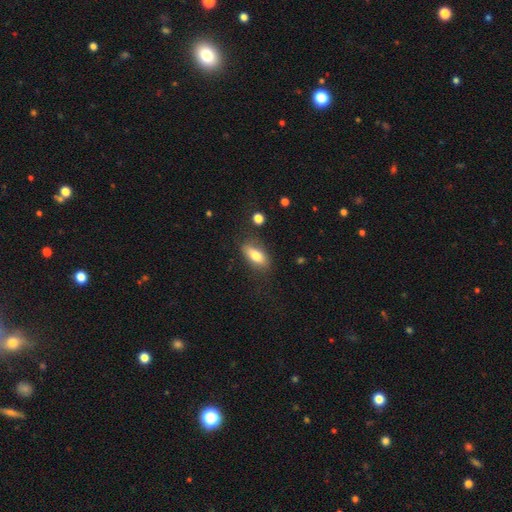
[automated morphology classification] Smooth or featured: smooth — 77% (featured or disk — 16%)
How rounded: in between — 84% (cigar-shaped — 13%)
Merging: none — 73% (minor disturbance — 18%)